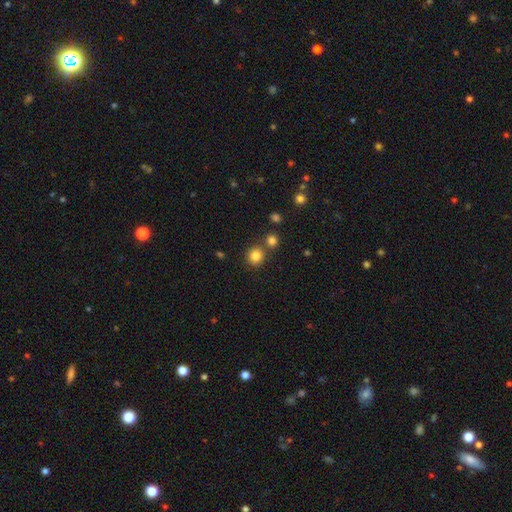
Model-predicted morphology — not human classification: smooth 82%, star or artifact 12%, featured or disk 5%. Down the decision tree: how rounded — round (89%); merging — none (76%).